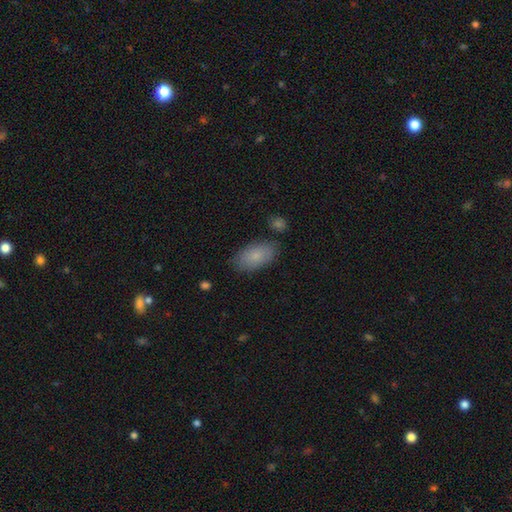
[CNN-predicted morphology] smooth-or-featured: smooth: 83% | featured or disk: 11% | star or artifact: 7%
  how-rounded: in between: 94% | round: 3% | cigar-shaped: 3%
  merging: none: 80% | minor disturbance: 14% | merger: 3% | major disturbance: 3%